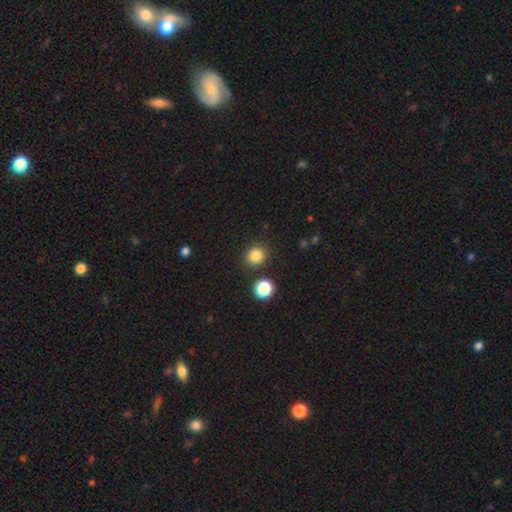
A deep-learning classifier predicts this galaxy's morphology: smooth 84%, star or artifact 12%, featured or disk 4%. Down the decision tree: how rounded — round (82%); merging — none (86%).